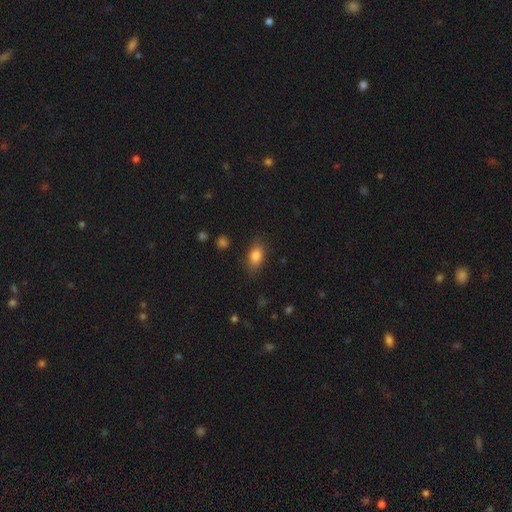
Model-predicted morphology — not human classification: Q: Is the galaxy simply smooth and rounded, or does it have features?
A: smooth — 83%.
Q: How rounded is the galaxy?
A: in between — 85%.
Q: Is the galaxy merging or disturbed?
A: none — 83%.